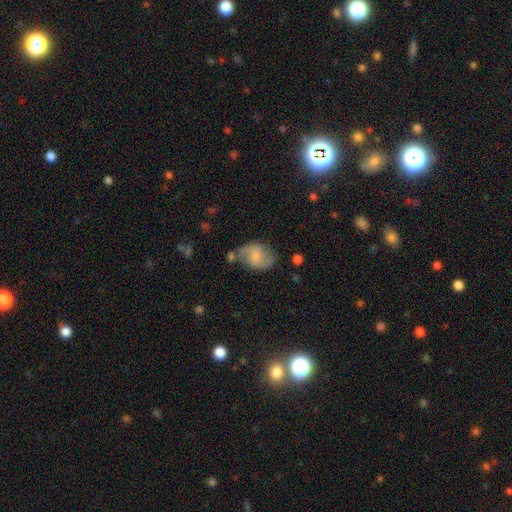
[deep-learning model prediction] smooth_or_featured: featured or disk (p=0.50) [alt: smooth p=0.42]
merging: none (p=0.58) [alt: minor disturbance p=0.25]